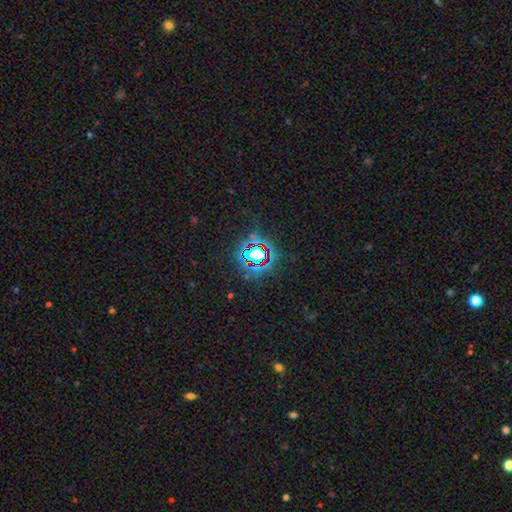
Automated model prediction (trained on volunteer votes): Smooth or featured? Predicted: star or artifact (p=0.72).